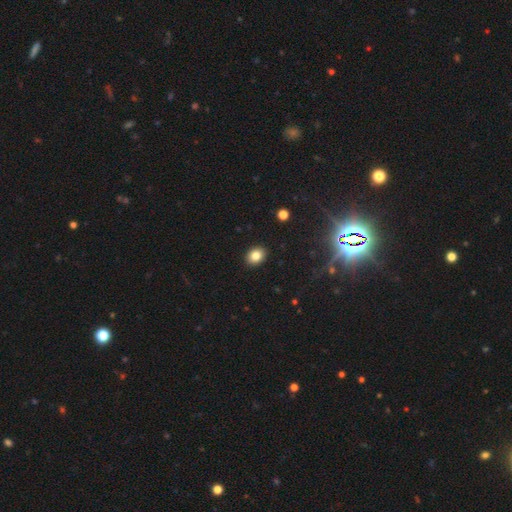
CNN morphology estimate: smooth_or_featured: smooth (p=0.84) [alt: star or artifact p=0.10]
how_rounded: in between (p=0.54) [alt: round p=0.45]
merging: none (p=0.91) [alt: minor disturbance p=0.06]